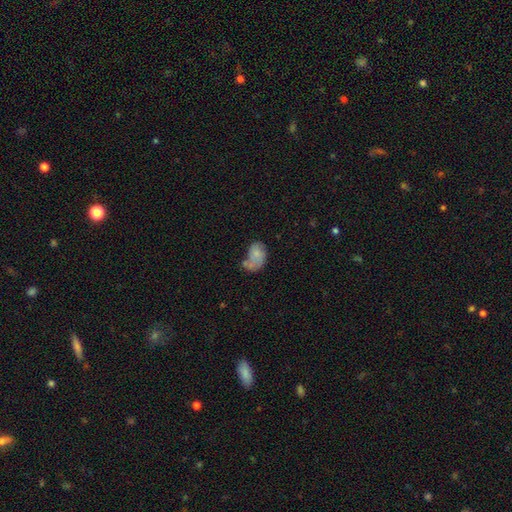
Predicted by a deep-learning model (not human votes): smooth 69%, featured or disk 23%, star or artifact 9%. Down the decision tree: how rounded — in between (81%); merging — none (32%).